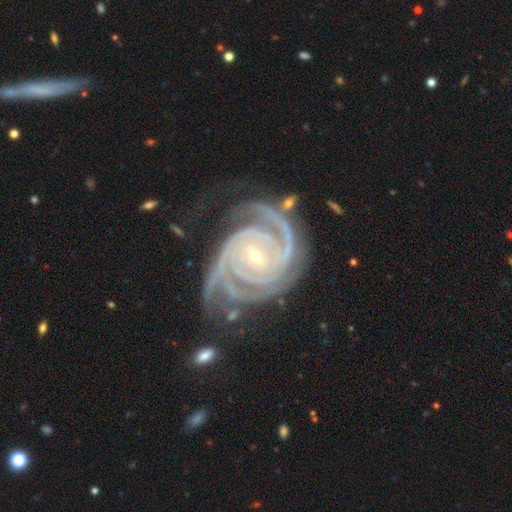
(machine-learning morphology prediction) smooth-or-featured: featured or disk: 93% | star or artifact: 4% | smooth: 2%
  disk-edge-on: no: 98% | yes: 2%
    bar: no: 39% | weak: 36% | strong: 25%
    has-spiral-arms: yes: 99% | no: 1%
      spiral-winding: tight: 76% | medium: 22% | loose: 3%
      spiral-arm-count: 3: 32% | 4: 24% | 2: 19% | can't tell: 10% | more than 4: 8% | 1: 7%
    bulge-size: small: 71% | moderate: 26% | large: 1% | none: 1% | dominant: 1%
  merging: none: 64% | minor disturbance: 22% | major disturbance: 11% | merger: 3%